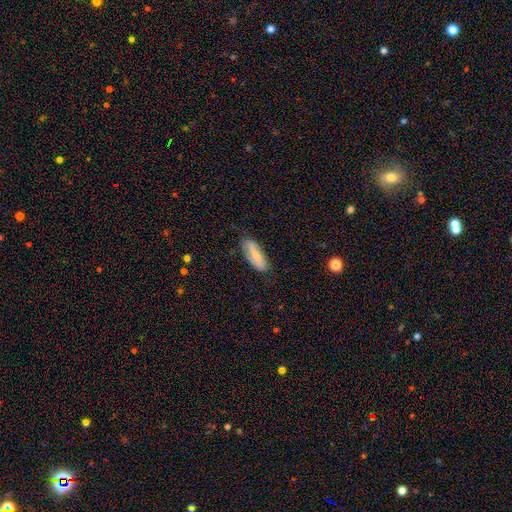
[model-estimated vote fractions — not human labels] Smooth or featured? Predicted: smooth (p=0.50). How rounded? Predicted: in between (p=0.71). Merging? Predicted: none (p=0.74).